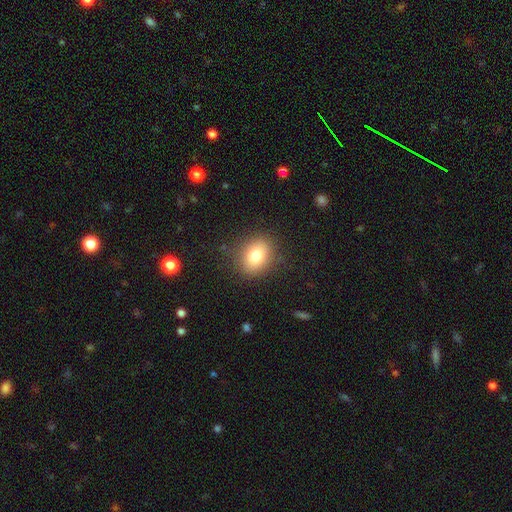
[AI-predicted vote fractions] A smooth galaxy with no disk features (79%) that is in between round and cigar-shaped (53%). Merging: none (85%).